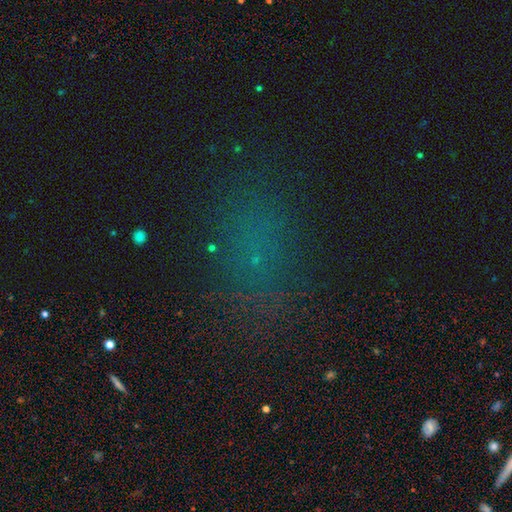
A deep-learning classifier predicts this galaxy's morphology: This is marginally a smooth galaxy (44%). Merging: likely none (73%).